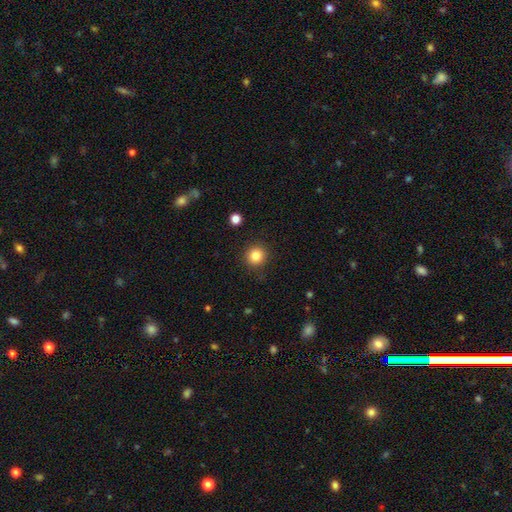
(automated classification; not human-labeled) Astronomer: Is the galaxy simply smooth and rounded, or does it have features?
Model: smooth — 83%.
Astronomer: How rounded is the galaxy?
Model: round — 93%.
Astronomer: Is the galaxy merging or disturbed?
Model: none — 90%.